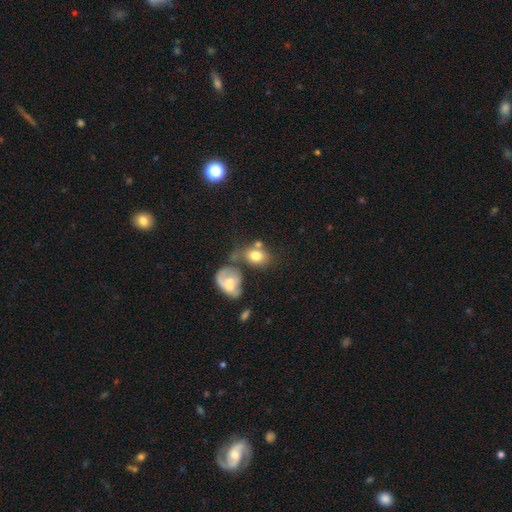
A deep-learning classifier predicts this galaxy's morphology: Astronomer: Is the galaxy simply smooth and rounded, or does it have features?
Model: smooth — 73%.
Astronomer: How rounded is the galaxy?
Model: in between — 61% (runner-up: round, 37%).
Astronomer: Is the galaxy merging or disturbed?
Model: none — 38% (runner-up: merger, 35%).